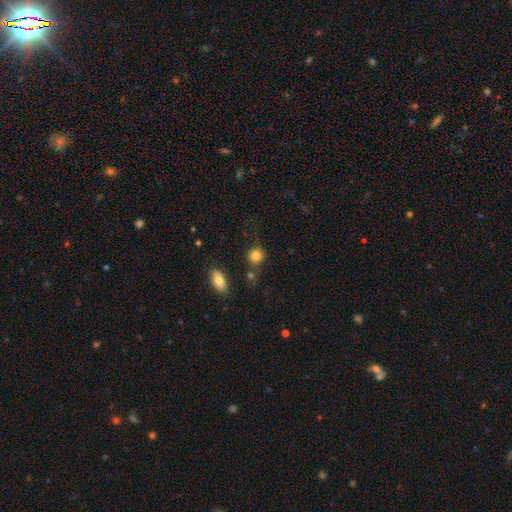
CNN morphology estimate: This is clearly a smooth galaxy (83%). How rounded: clearly round (83%). Merging: likely none (74%).